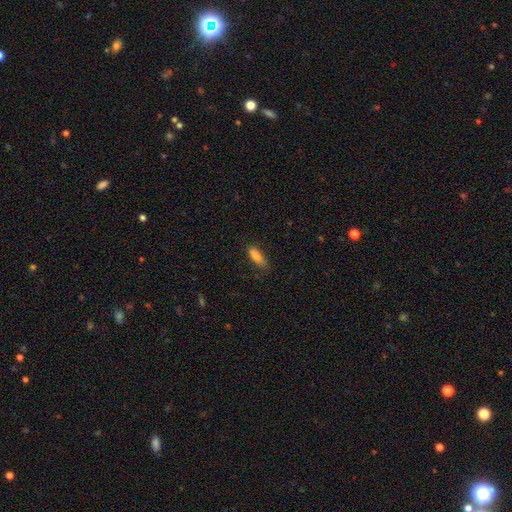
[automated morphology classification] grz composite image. It shows a smooth galaxy with no disk features (82%) that is in between round and cigar-shaped (61%). Merging: none (65%).